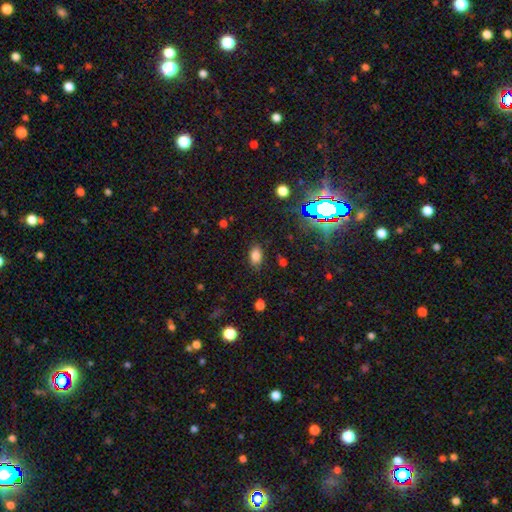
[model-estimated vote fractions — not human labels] A smooth galaxy with no disk features (79%) that is in between round and cigar-shaped (86%). Merging: none (82%).